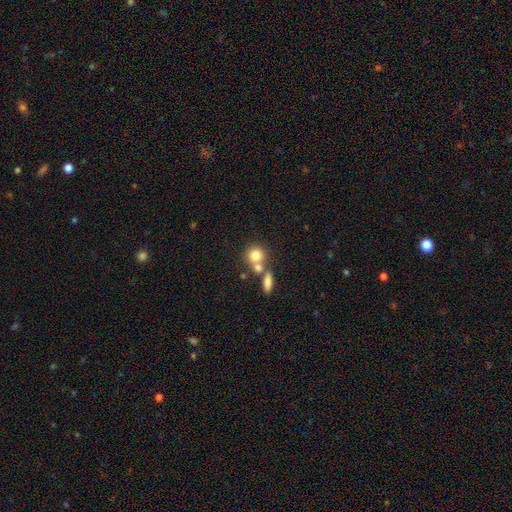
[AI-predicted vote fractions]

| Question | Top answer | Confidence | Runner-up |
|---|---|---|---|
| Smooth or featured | smooth | 79% | featured or disk (11%) |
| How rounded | round | 82% | in between (17%) |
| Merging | none | 47% | merger (40%) |